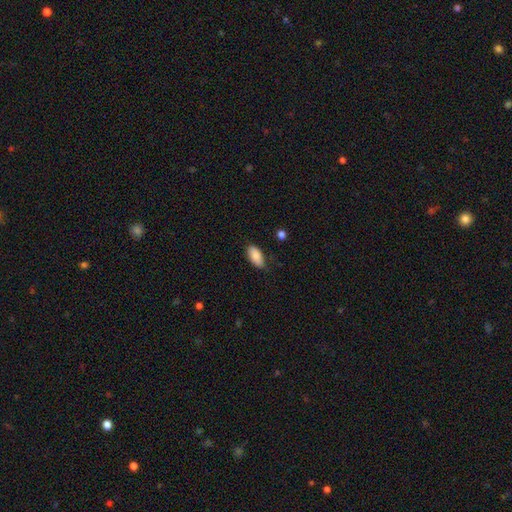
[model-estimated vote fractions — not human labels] smooth_or_featured: smooth (p=0.87) [alt: star or artifact p=0.07]
how_rounded: in between (p=0.92) [alt: cigar-shaped p=0.06]
merging: none (p=0.79) [alt: minor disturbance p=0.16]